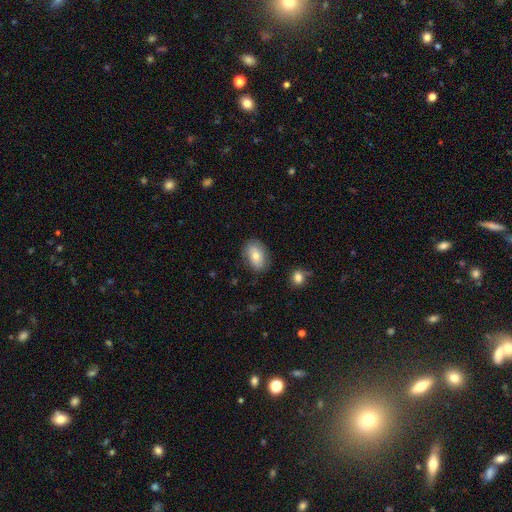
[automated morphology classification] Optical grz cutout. It shows a smooth galaxy with no disk features (72%) that is in between round and cigar-shaped (86%). Merging: none (79%).